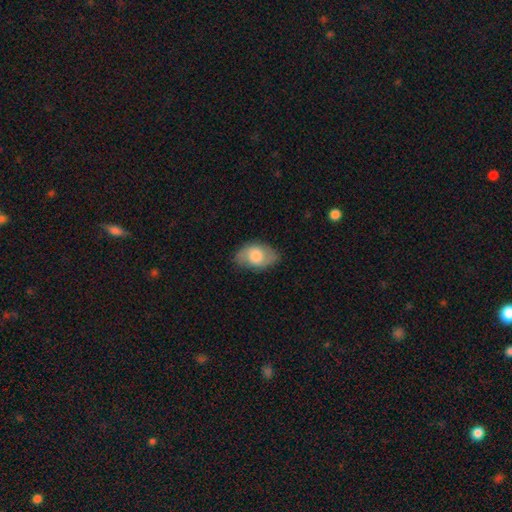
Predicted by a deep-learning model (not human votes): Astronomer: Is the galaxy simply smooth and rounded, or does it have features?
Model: smooth — 57% (runner-up: featured or disk, 36%).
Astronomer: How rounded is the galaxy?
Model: in between — 88%.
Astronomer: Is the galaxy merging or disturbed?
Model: none — 78%.